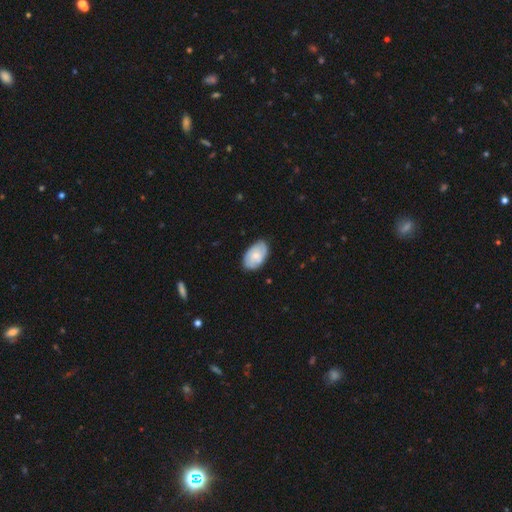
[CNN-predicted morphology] smooth_or_featured: smooth (p=0.54) [alt: featured or disk p=0.40]
how_rounded: in between (p=0.92) [alt: round p=0.07]
merging: none (p=0.77) [alt: minor disturbance p=0.19]